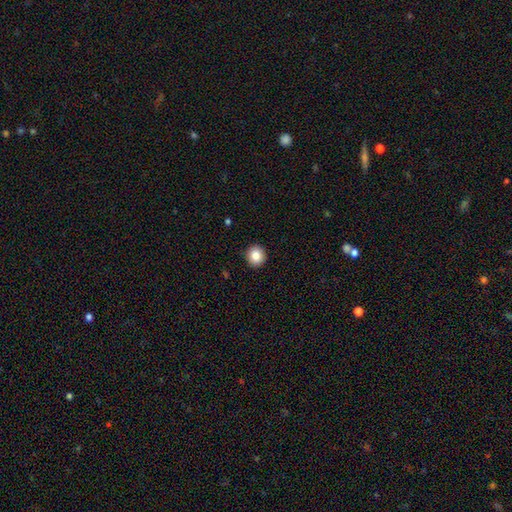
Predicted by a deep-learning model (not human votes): This appears to be a smooth galaxy with no disk features (84%) that is round (91%). Merging: none (92%).